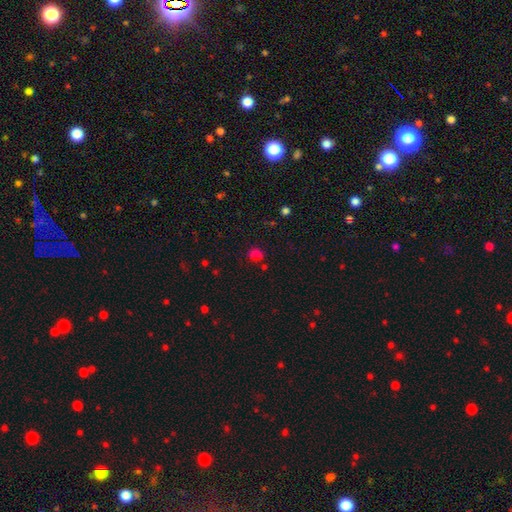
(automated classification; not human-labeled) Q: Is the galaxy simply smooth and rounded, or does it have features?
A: smooth — 65%.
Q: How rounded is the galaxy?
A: round — 58%.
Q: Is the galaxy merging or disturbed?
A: none — 71%.